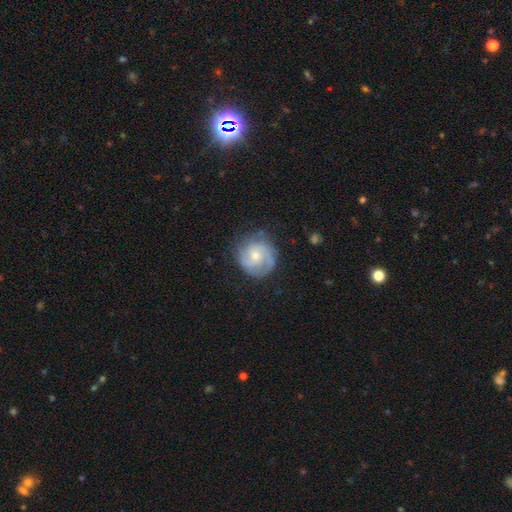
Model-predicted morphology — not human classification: Smooth or featured?
  - featured or disk: 77% *
  - smooth: 17%
  - star or artifact: 6%
Edge-on disk?
  - no: 98% *
  - yes: 2%
Bar?
  - no: 69% *
  - weak: 28%
  - strong: 4%
Spiral arms?
  - yes: 94% *
  - no: 6%
Spiral winding?
  - tight: 52% *
  - medium: 38%
  - loose: 10%
Spiral arm count?
  - 2: 41% *
  - 3: 25%
  - can't tell: 20%
  - 4: 5%
  - 1: 5%
  - more than 4: 4%
Bulge size?
  - small: 50% *
  - moderate: 45%
  - large: 2%
  - none: 2%
  - dominant: 1%
Merging?
  - none: 76% *
  - minor disturbance: 17%
  - major disturbance: 6%
  - merger: 1%